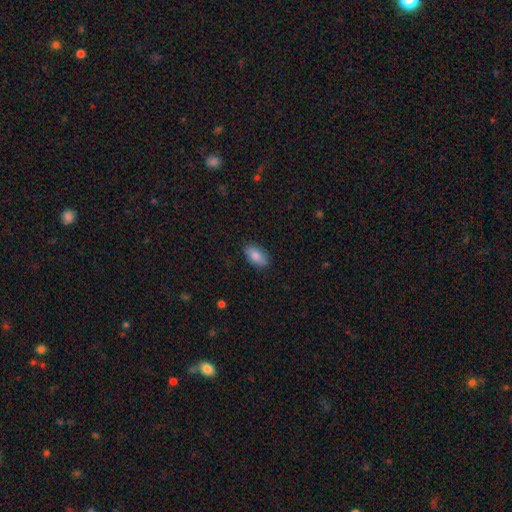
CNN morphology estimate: Q: Smooth or featured?
A: smooth (85%); runner-up: featured or disk (9%)
Q: How rounded?
A: in between (91%); runner-up: cigar-shaped (5%)
Q: Merging?
A: none (86%); runner-up: minor disturbance (11%)